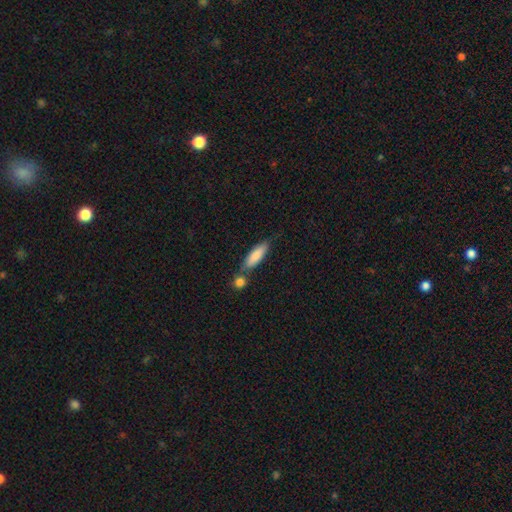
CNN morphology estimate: Overall: smooth (82%). How rounded: in between (50%; cigar-shaped 48%). Merging: none (59%; merger 22%).